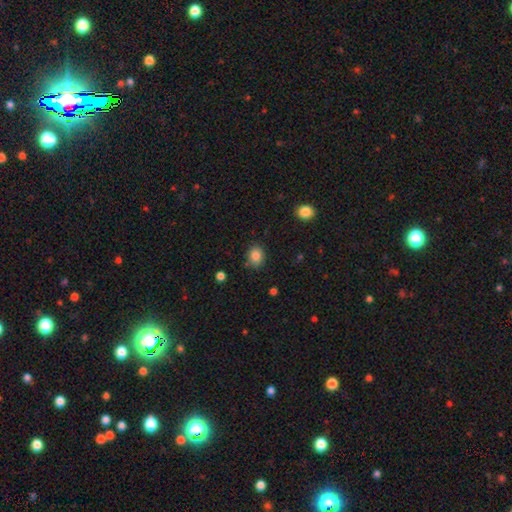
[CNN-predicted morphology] smooth-or-featured: smooth: 85% | star or artifact: 10% | featured or disk: 5%
  how-rounded: round: 52% | in between: 47% | cigar-shaped: 1%
  merging: none: 83% | minor disturbance: 12% | major disturbance: 3% | merger: 2%